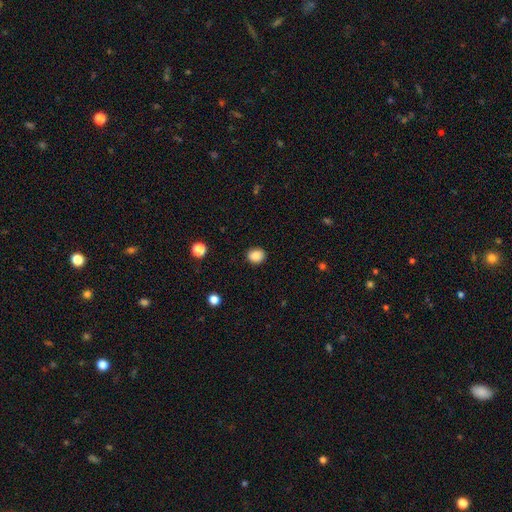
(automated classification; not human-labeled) Smooth or featured: smooth — 87% (star or artifact — 10%)
How rounded: round — 63% (in between — 36%)
Merging: none — 88% (minor disturbance — 9%)